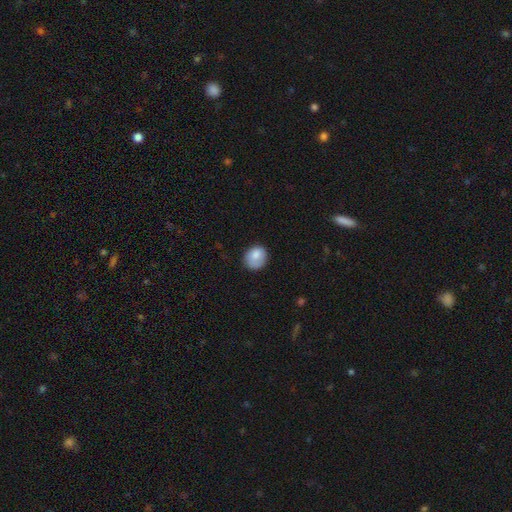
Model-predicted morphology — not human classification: A smooth galaxy with no disk features (81%) that is round (71%).

Vote fractions:
- Smooth or featured? smooth: 81% / featured or disk: 11% / star or artifact: 8%
- How rounded? round: 71% / in between: 28% / cigar-shaped: 1%
- Merging? none: 70% / minor disturbance: 22% / major disturbance: 7% / merger: 2%